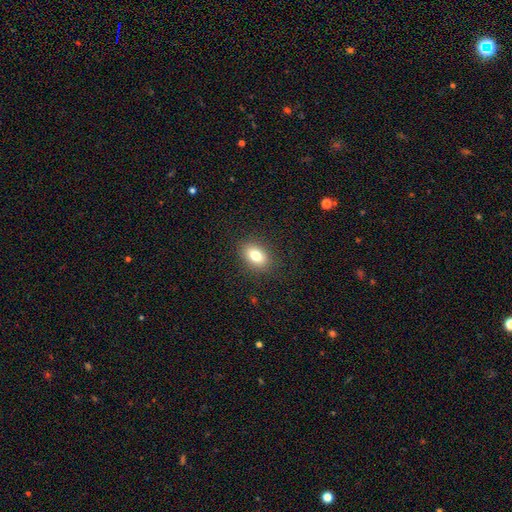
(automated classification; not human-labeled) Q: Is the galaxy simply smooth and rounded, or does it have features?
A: smooth — 79%.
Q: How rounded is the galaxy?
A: in between — 79%.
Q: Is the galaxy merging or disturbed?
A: none — 87%.